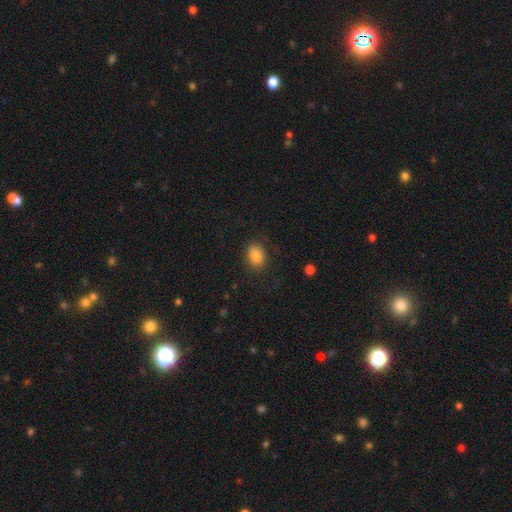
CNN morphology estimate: Smooth or featured: smooth — 84% (star or artifact — 9%)
How rounded: in between — 71% (round — 28%)
Merging: none — 81% (minor disturbance — 13%)